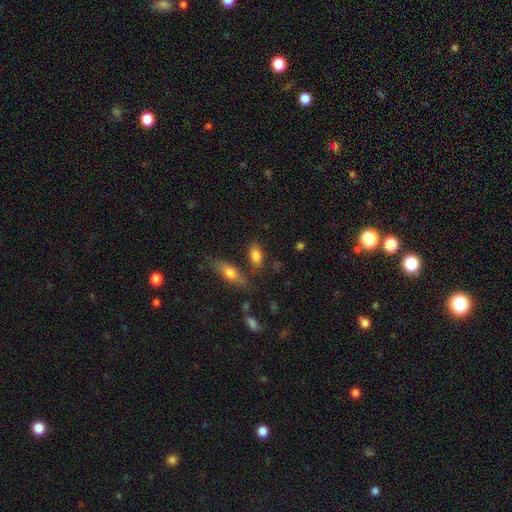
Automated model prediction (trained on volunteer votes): smooth_or_featured: smooth (p=0.83) [alt: featured or disk p=0.09]
how_rounded: in between (p=0.86) [alt: round p=0.08]
merging: none (p=0.72) [alt: minor disturbance p=0.13]